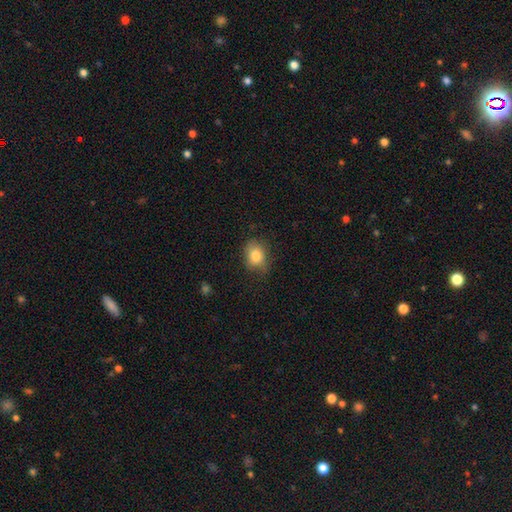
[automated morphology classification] The model was most divided on "how rounded": in between: 53%, round: 46%, cigar-shaped: 1%. More confident: smooth or featured — smooth (82%); merging — none (72%).